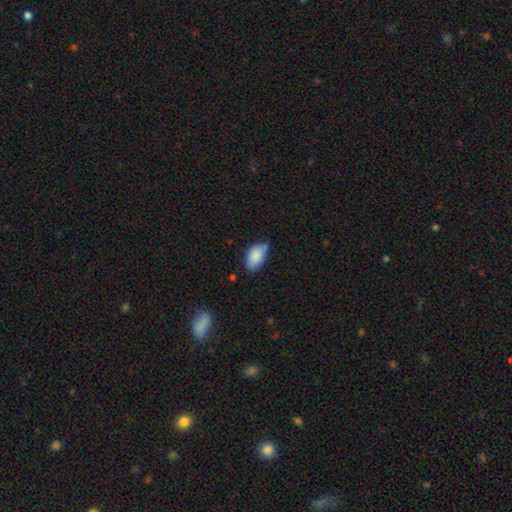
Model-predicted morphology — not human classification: A smooth galaxy with no disk features (85%) that is in between round and cigar-shaped (93%).

Vote fractions:
- Smooth or featured? smooth: 85% / featured or disk: 8% / star or artifact: 7%
- How rounded? in between: 93% / round: 4% / cigar-shaped: 3%
- Merging? none: 56% / minor disturbance: 32% / merger: 6% / major disturbance: 6%